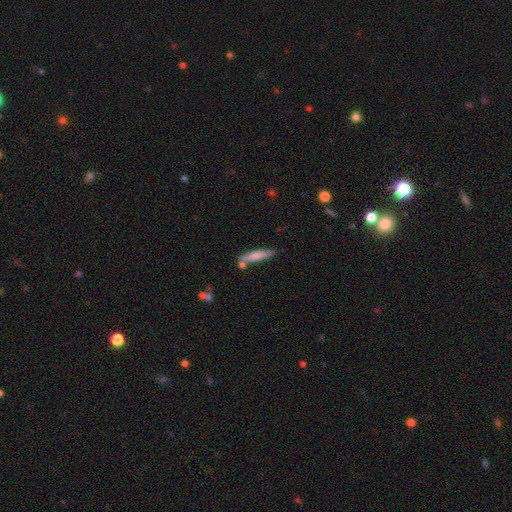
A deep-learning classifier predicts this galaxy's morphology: smooth_or_featured: smooth (p=0.73) [alt: featured or disk p=0.21]
how_rounded: cigar-shaped (p=0.88) [alt: in between p=0.10]
merging: none (p=0.76) [alt: minor disturbance p=0.13]